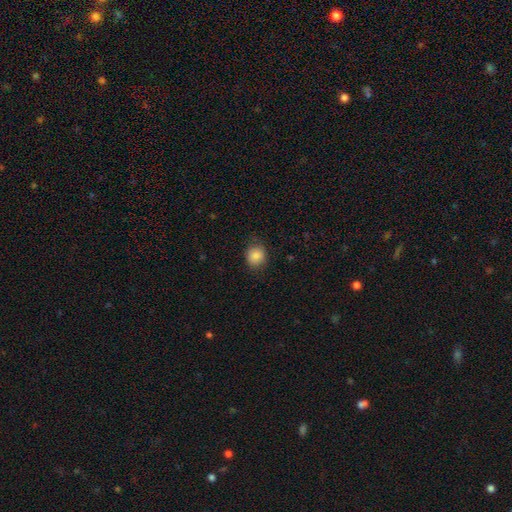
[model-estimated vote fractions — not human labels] Smooth or featured?
  - smooth: 85% *
  - star or artifact: 9%
  - featured or disk: 6%
How rounded?
  - round: 80% *
  - in between: 19%
  - cigar-shaped: 1%
Merging?
  - none: 81% *
  - minor disturbance: 15%
  - major disturbance: 4%
  - merger: 1%